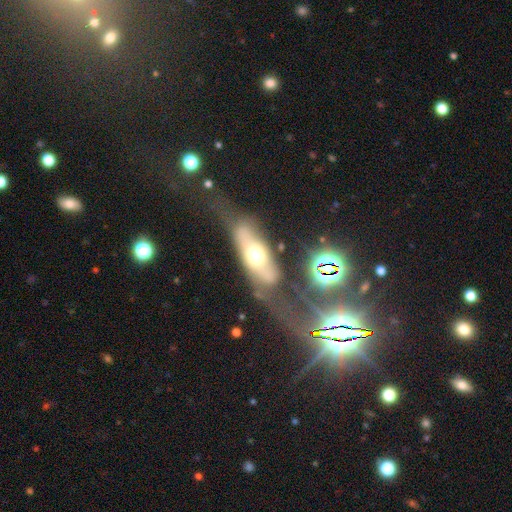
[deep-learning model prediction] This appears to be a featured or disk galaxy (48%). Merging: none (47%).